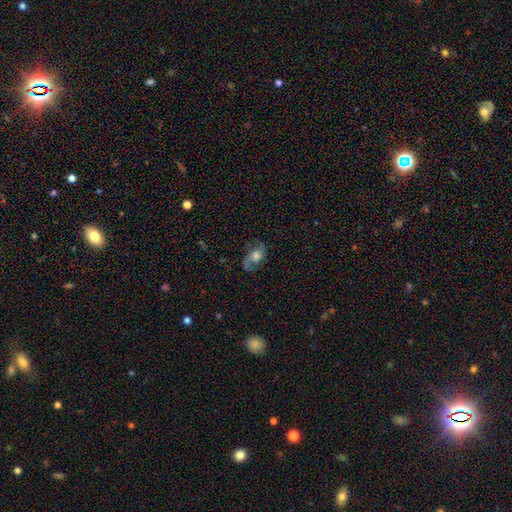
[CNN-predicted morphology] A featured or disk galaxy (71%) with no bar (65%), 2 (86%) loose (46%) spiral arms (91%) and a moderate central bulge (44%). Merging: none (70%).